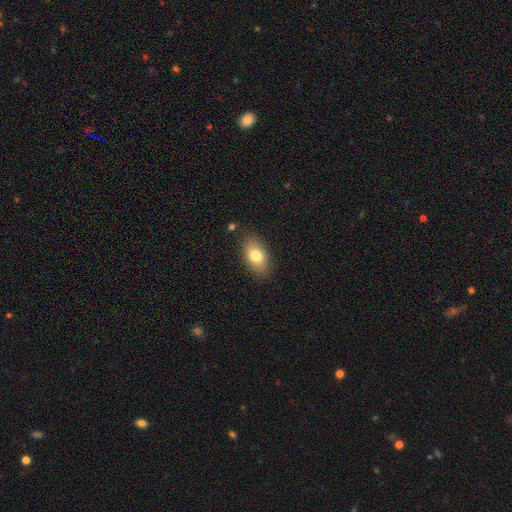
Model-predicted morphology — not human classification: smooth 78%, featured or disk 14%, star or artifact 8%. Down the decision tree: how rounded — in between (89%); merging — none (83%).